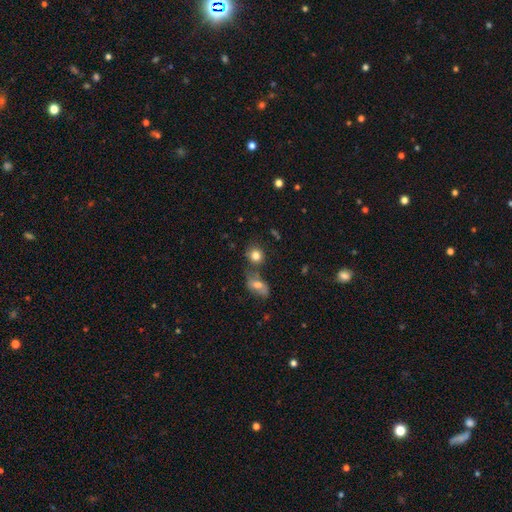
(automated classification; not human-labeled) Smooth or featured? Predicted: smooth (p=0.81). How rounded? Predicted: round (p=0.75). Merging? Predicted: none (p=0.59).